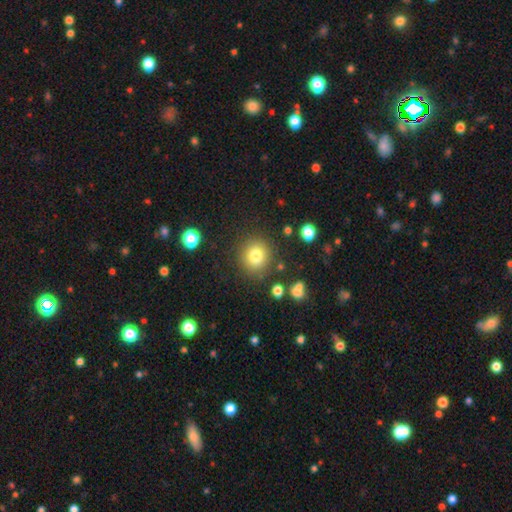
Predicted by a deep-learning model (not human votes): This appears to be a smooth galaxy with no disk features (79%) that is round (86%). Merging: none (84%).